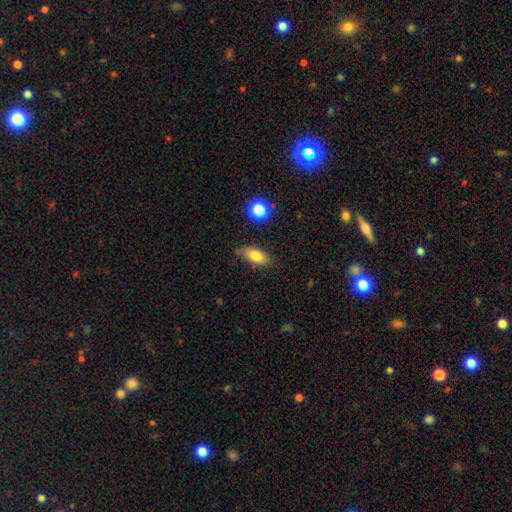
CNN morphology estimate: Q: Smooth or featured?
A: smooth (79%); runner-up: featured or disk (12%)
Q: How rounded?
A: in between (85%); runner-up: cigar-shaped (10%)
Q: Merging?
A: none (78%); runner-up: minor disturbance (16%)